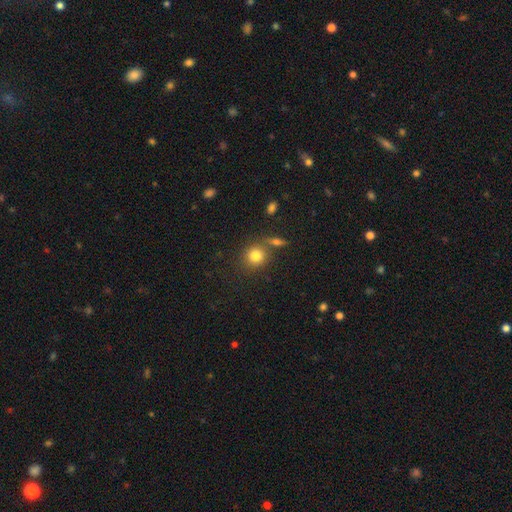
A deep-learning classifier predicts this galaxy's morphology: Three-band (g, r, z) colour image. It shows a smooth galaxy with no disk features (81%) that is round (84%). Merging: none (70%).